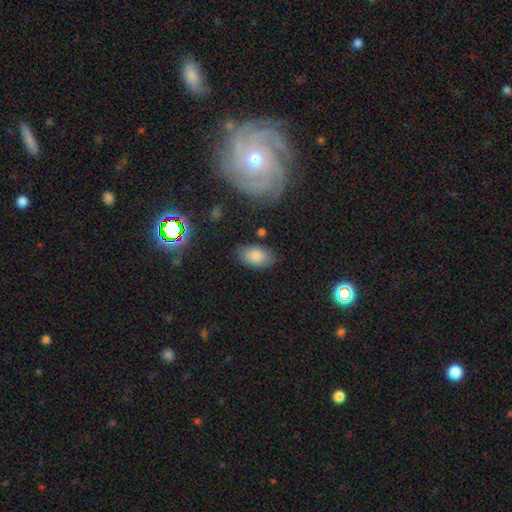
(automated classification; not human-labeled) This is clearly a smooth galaxy (82%). How rounded: clearly in between (92%). Merging: clearly none (81%).